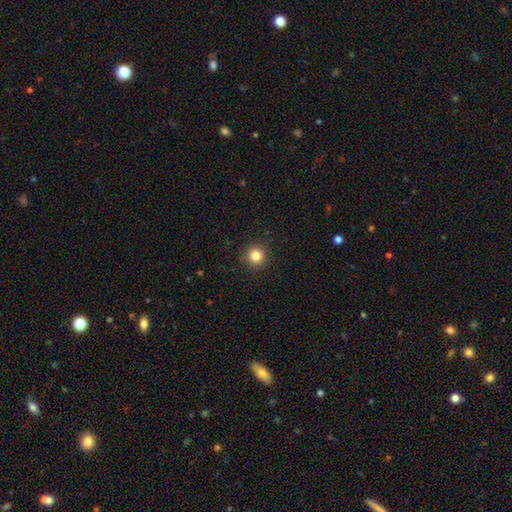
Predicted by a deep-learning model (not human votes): This appears to be a smooth galaxy with no disk features (84%) that is round (95%). Merging: none (91%).